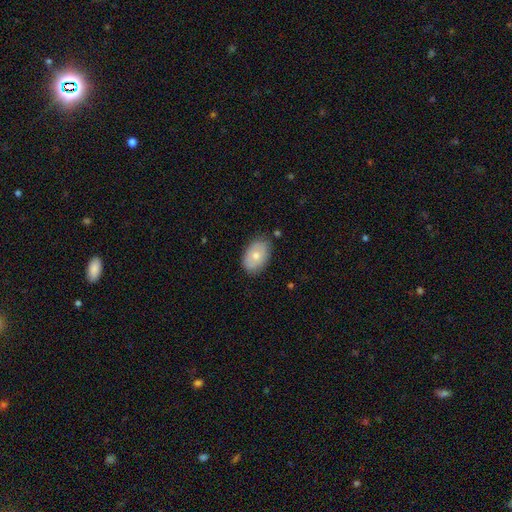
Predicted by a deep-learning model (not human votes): Q: Smooth or featured?
A: smooth (72%); runner-up: featured or disk (21%)
Q: How rounded?
A: in between (88%); runner-up: round (11%)
Q: Merging?
A: none (78%); runner-up: minor disturbance (17%)